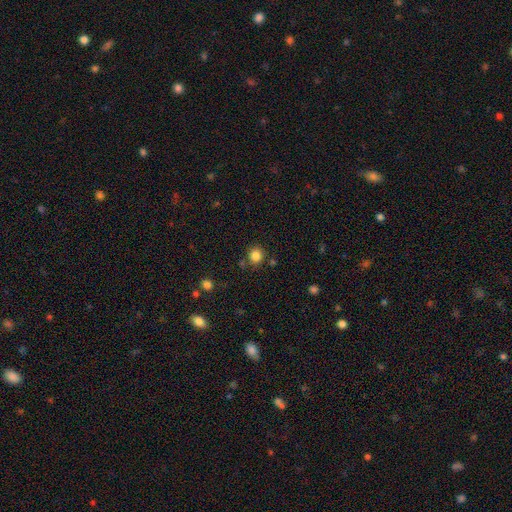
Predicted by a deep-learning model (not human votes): smooth-or-featured: smooth: 84% | star or artifact: 12% | featured or disk: 4%
  how-rounded: round: 85% | in between: 14% | cigar-shaped: 1%
  merging: none: 81% | minor disturbance: 11% | merger: 6% | major disturbance: 3%